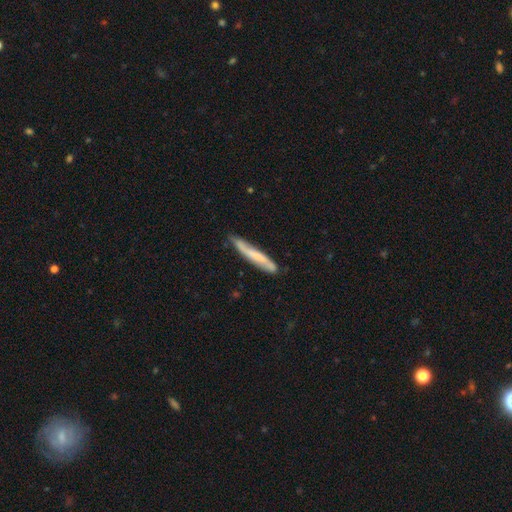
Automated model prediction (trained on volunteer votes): Smooth or featured? smooth (50%)
How rounded? cigar-shaped (94%)
Merging? none (74%)